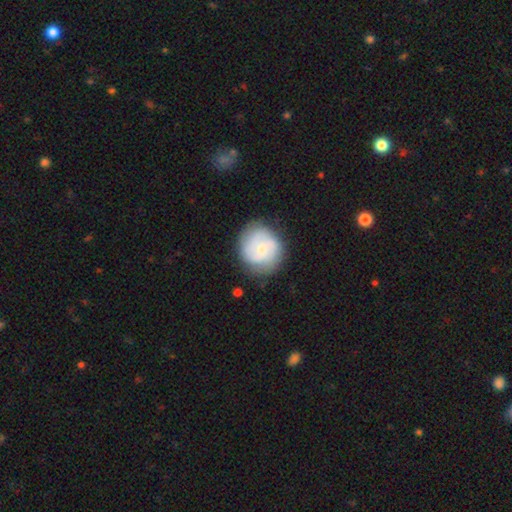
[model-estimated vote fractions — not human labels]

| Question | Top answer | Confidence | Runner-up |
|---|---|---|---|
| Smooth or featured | featured or disk | 59% | smooth (35%) |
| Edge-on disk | no | 98% | yes (2%) |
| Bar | no | 69% | weak (27%) |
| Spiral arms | yes | 83% | no (17%) |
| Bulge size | small | 59% | moderate (34%) |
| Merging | none | 74% | minor disturbance (18%) |